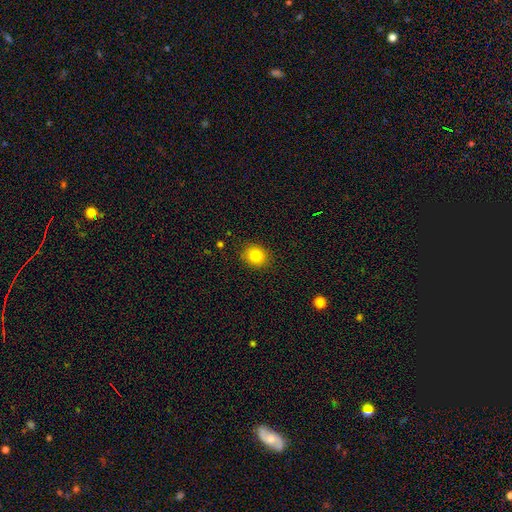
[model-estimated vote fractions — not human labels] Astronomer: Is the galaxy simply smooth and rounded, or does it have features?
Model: smooth — 84%.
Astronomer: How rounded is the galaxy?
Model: round — 73%.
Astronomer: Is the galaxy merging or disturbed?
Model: none — 88%.